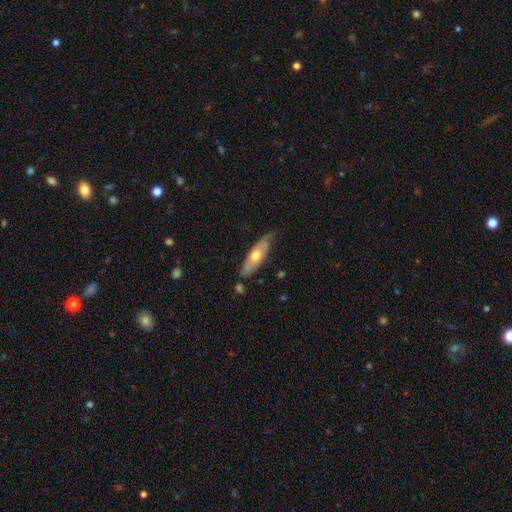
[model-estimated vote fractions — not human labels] smooth 47% (tied), featured or disk 47% (tied), star or artifact 5%. Down the decision tree: merging — none (71%).